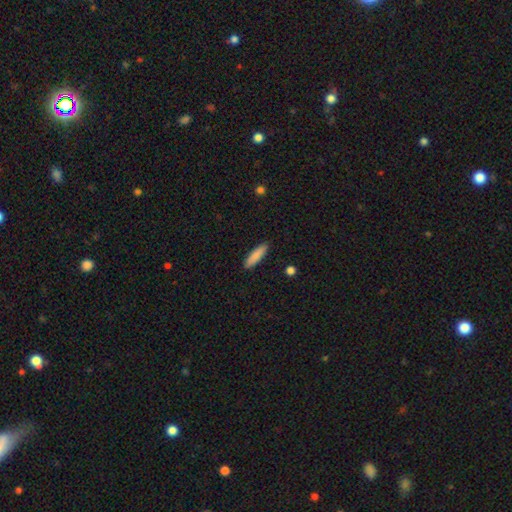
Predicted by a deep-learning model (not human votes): Smooth or featured: smooth — 86% (featured or disk — 8%)
How rounded: cigar-shaped — 72% (in between — 27%)
Merging: none — 89% (minor disturbance — 8%)